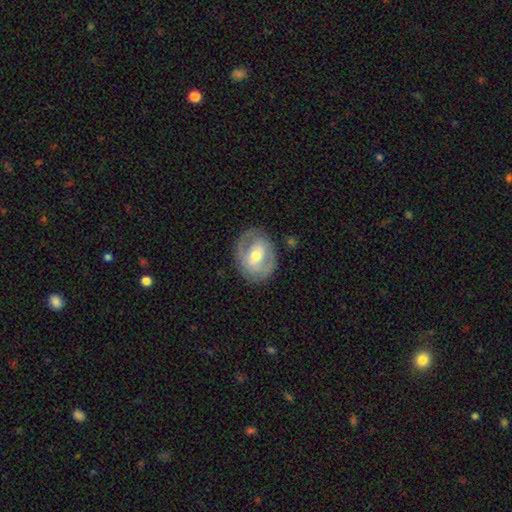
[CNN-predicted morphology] This is likely a featured or disk galaxy (65%). It is clearly not viewed edge-on (95%). Bar: marginally weak (41%). Spiral arm pattern: likely yes (63%). Central bulge: likely moderate (65%). Merging: likely none (76%).